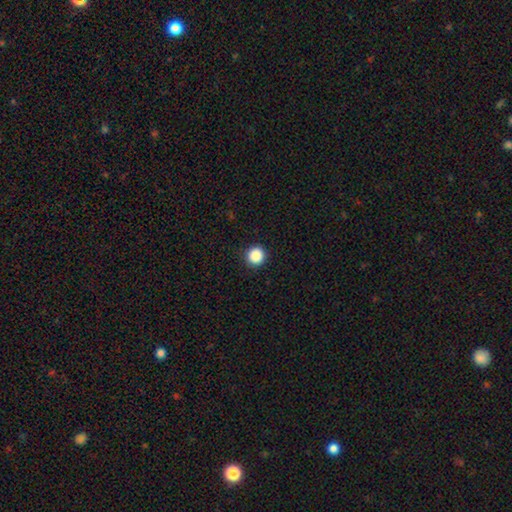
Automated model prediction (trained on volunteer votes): Smooth or featured? smooth (87%)
How rounded? round (95%)
Merging? none (92%)